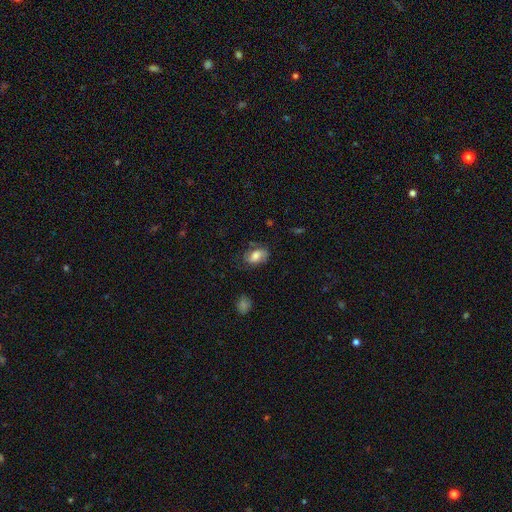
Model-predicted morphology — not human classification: A smooth galaxy with no disk features (66%) that is in between round and cigar-shaped (87%).

Vote fractions:
- Smooth or featured? smooth: 66% / featured or disk: 25% / star or artifact: 8%
- How rounded? in between: 87% / round: 11% / cigar-shaped: 2%
- Merging? none: 66% / minor disturbance: 23% / major disturbance: 8% / merger: 2%